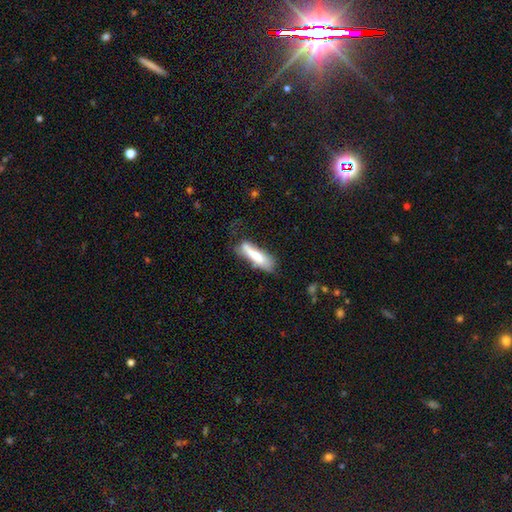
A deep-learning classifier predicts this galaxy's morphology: smooth 67%, featured or disk 27%, star or artifact 6%. Down the decision tree: how rounded — cigar-shaped (66%); merging — none (50%).